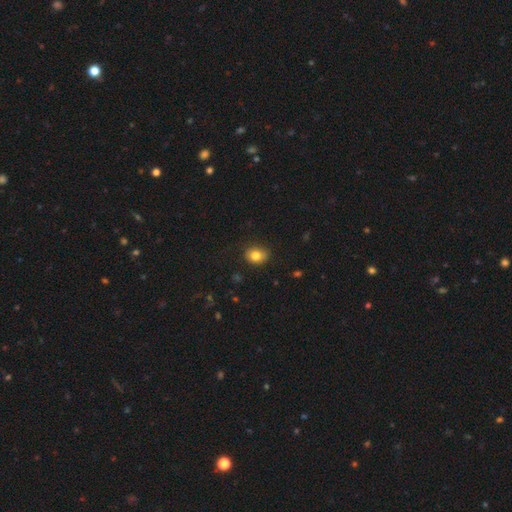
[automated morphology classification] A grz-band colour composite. It shows a smooth galaxy with no disk features (82%) that is round (53%). Merging: none (78%).